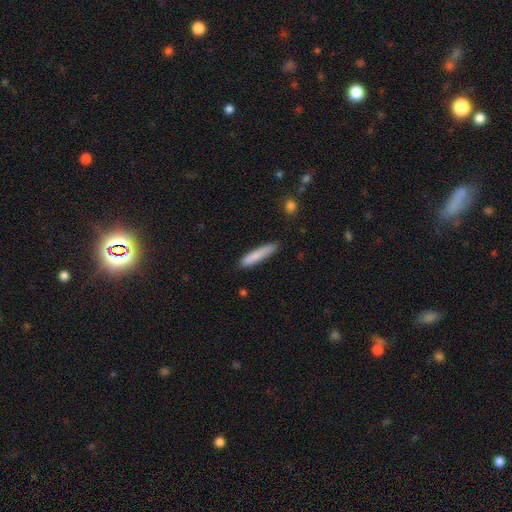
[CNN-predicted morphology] This is clearly a smooth galaxy (81%). How rounded: clearly cigar-shaped (89%). Merging: clearly none (81%).